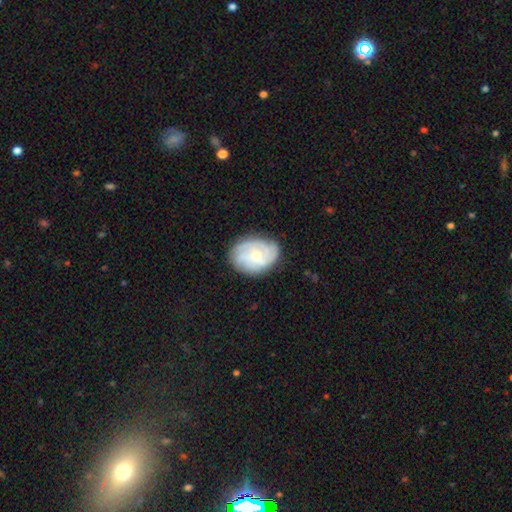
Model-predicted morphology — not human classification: type=featured or disk (69%); edge-on=no (97%); bar=no (70%); spiral arms=yes (91%); winding=tight (60%); arm count=can't tell (34%); bulge=small (50%); merging=none (77%).